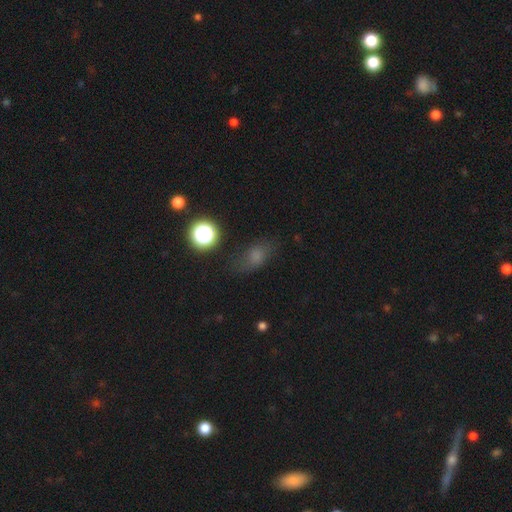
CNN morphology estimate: Smooth or featured? smooth (65%)
How rounded? in between (78%)
Merging? none (66%)